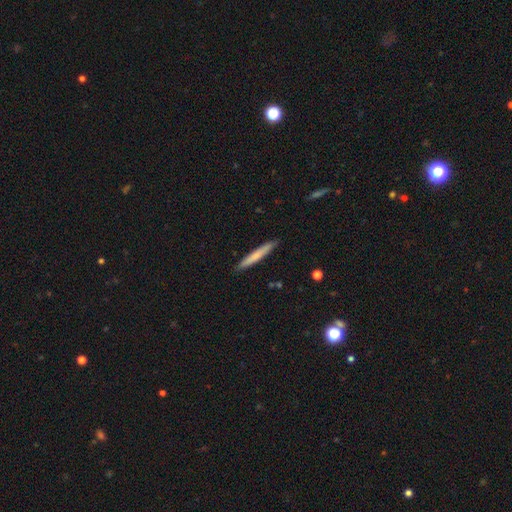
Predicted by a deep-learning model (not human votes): Smooth or featured: smooth — 69% (featured or disk — 26%)
How rounded: cigar-shaped — 96% (in between — 3%)
Merging: none — 90% (minor disturbance — 7%)